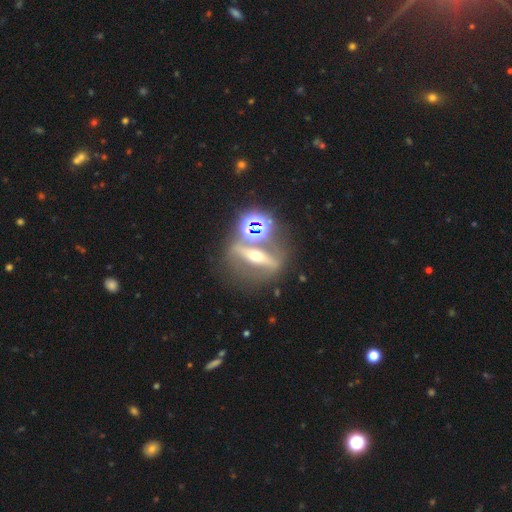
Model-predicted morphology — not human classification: A featured or disk galaxy (63%) viewed edge-on (64%). Merging: none (66%).